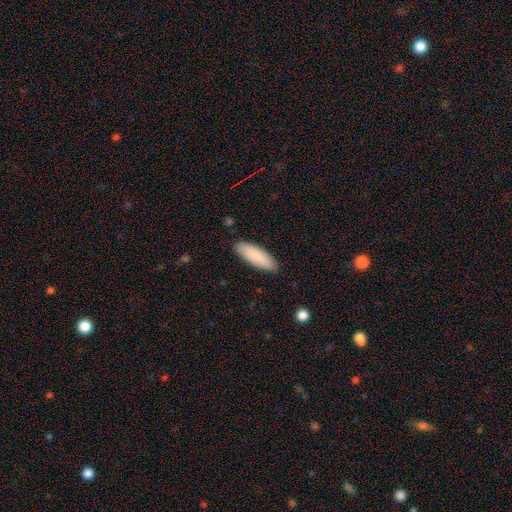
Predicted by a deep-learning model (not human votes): A smooth galaxy with no disk features (88%) that is in between round and cigar-shaped (60%). Merging: none (88%).